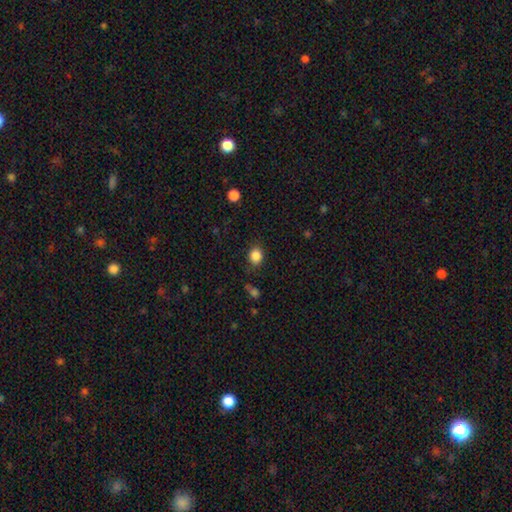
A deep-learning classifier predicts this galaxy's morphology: smooth 85%, star or artifact 10%, featured or disk 4%. Down the decision tree: how rounded — round (63%); merging — none (83%).